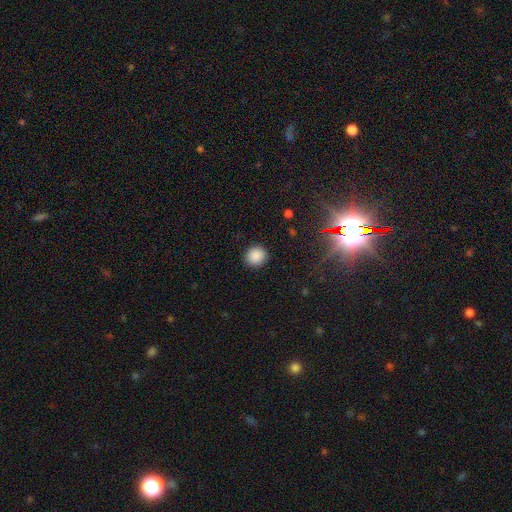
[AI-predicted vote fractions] The model was most divided on "how rounded": round: 88%, in between: 11%, cigar-shaped: 1%. More confident: merging — none (91%); smooth or featured — smooth (87%).